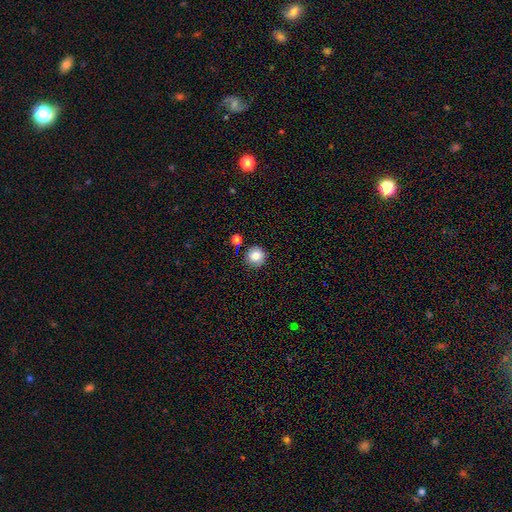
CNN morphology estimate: This appears to be a smooth galaxy with no disk features (84%) that is round (95%). Merging: none (87%).